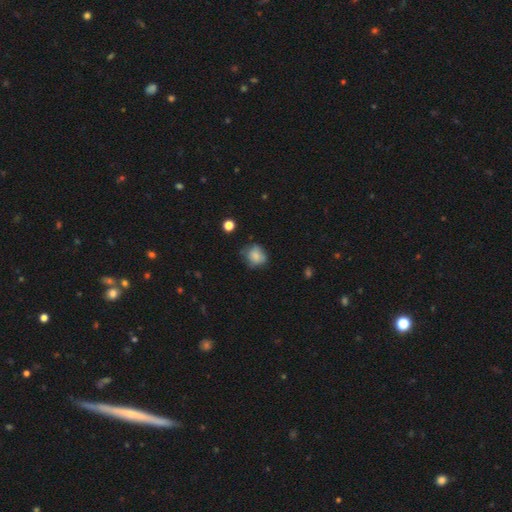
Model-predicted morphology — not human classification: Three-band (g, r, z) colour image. It shows a smooth galaxy with no disk features (78%) that is round (68%). Merging: none (56%).